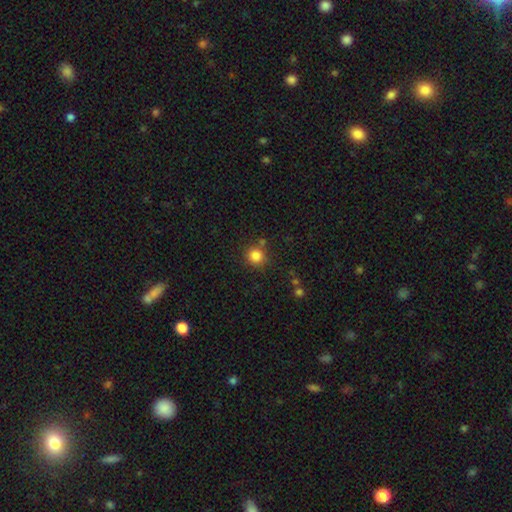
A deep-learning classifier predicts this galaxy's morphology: Q: Smooth or featured?
A: smooth (84%); runner-up: star or artifact (11%)
Q: How rounded?
A: round (90%); runner-up: in between (9%)
Q: Merging?
A: none (78%); runner-up: minor disturbance (10%)